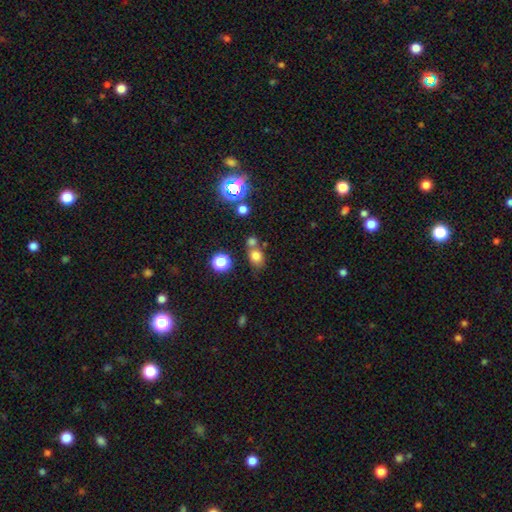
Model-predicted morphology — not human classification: Smooth or featured? smooth (75%)
How rounded? round (54%)
Merging? none (55%)